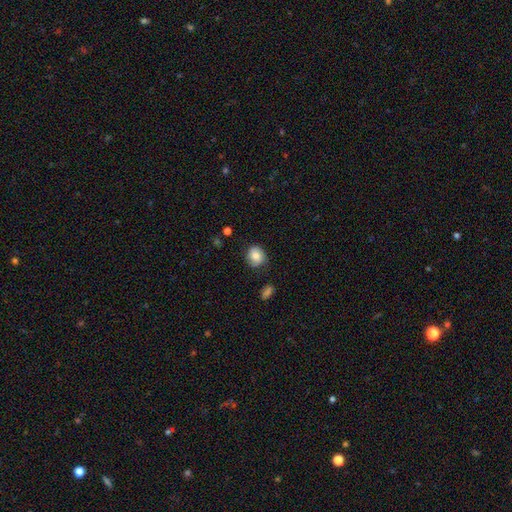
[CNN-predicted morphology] Smooth or featured?
  - smooth: 74% *
  - featured or disk: 17%
  - star or artifact: 9%
How rounded?
  - round: 71% *
  - in between: 28%
  - cigar-shaped: 1%
Merging?
  - none: 69% *
  - minor disturbance: 23%
  - major disturbance: 6%
  - merger: 2%